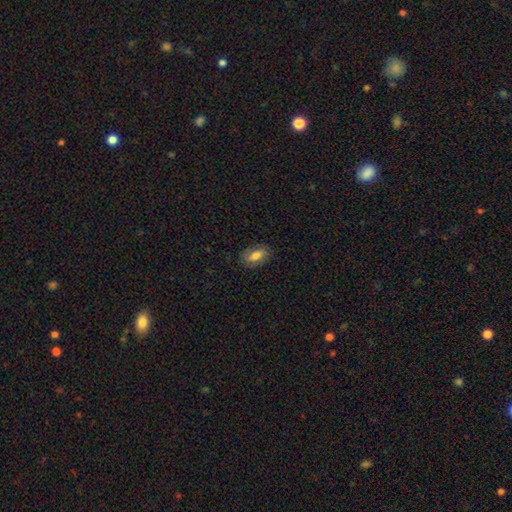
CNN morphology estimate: Q: Smooth or featured?
A: smooth (67%); runner-up: featured or disk (25%)
Q: How rounded?
A: in between (88%); runner-up: round (8%)
Q: Merging?
A: none (81%); runner-up: minor disturbance (14%)